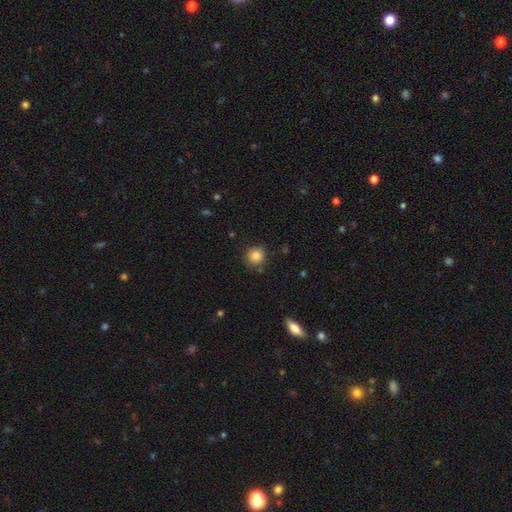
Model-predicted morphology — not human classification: The model was most divided on "merging": none: 82%, minor disturbance: 13%, major disturbance: 3%, merger: 3%. More confident: how rounded — round (90%); smooth or featured — smooth (85%).